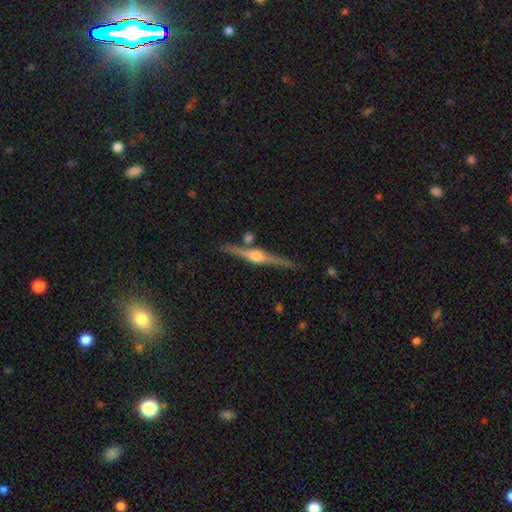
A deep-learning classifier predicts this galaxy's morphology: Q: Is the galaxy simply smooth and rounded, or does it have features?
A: featured or disk — 84%.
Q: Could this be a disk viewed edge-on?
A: yes — 98%.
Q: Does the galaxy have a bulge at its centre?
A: rounded — 93%.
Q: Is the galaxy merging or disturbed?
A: none — 84%.